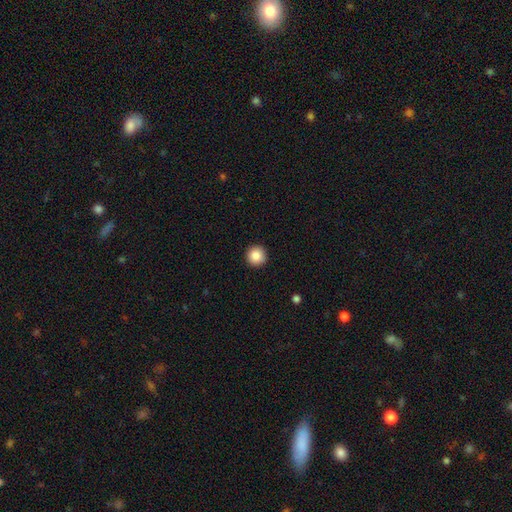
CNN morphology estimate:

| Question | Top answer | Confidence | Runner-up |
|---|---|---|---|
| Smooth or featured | smooth | 87% | star or artifact (9%) |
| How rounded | round | 96% | in between (3%) |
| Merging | none | 93% | minor disturbance (5%) |